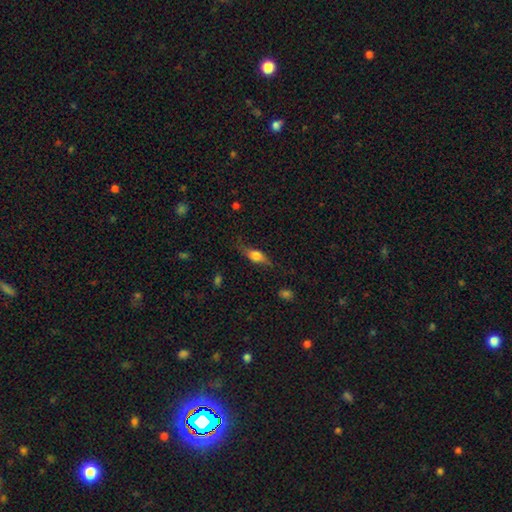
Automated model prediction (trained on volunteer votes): Smooth or featured? smooth (58%)
How rounded? in between (65%)
Merging? none (67%)